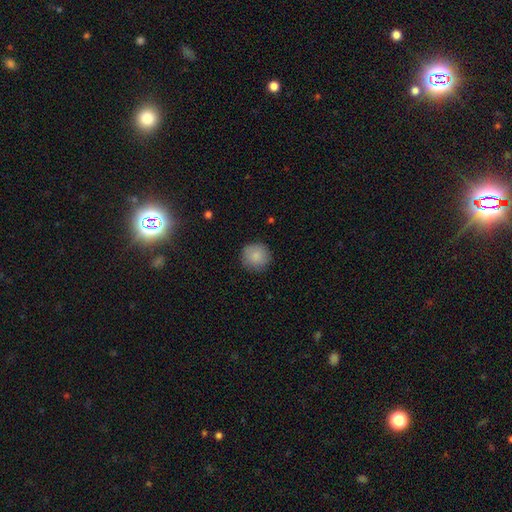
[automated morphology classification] Smooth or featured: smooth — 87% (star or artifact — 8%)
How rounded: round — 94% (in between — 5%)
Merging: none — 89% (minor disturbance — 8%)